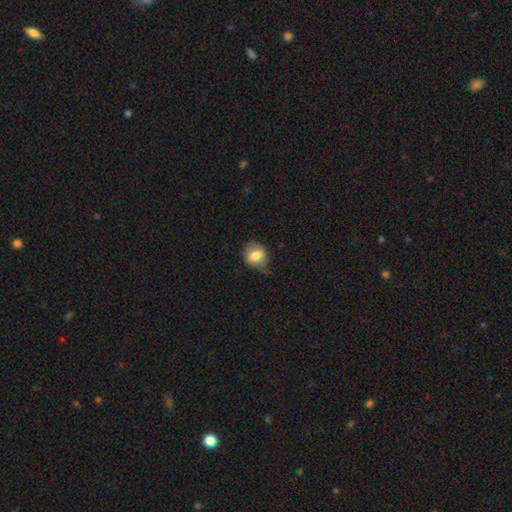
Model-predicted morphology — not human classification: This appears to be a smooth galaxy with no disk features (74%) that is round (52%). Merging: none (52%).